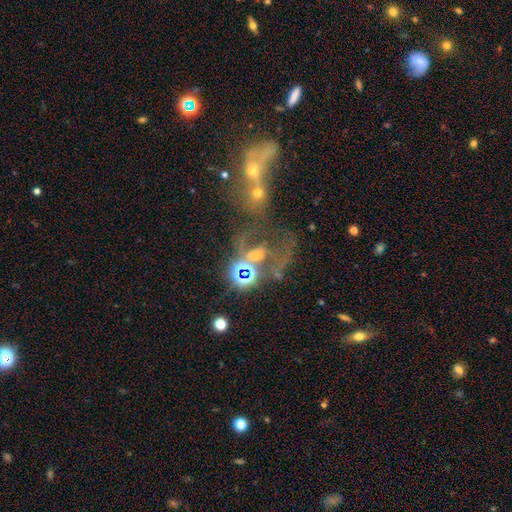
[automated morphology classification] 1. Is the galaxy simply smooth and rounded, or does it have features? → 38% featured or disk (tied), 38% star or artifact (tied), 24% smooth.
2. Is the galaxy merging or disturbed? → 46% merger, 23% none, 22% major disturbance, 9% minor disturbance.